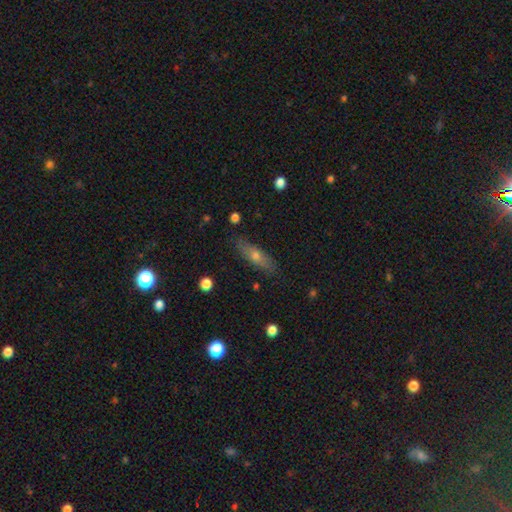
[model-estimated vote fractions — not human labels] smooth-or-featured: smooth: 52% | featured or disk: 40% | star or artifact: 8%
  how-rounded: cigar-shaped: 57% | in between: 39% | round: 4%
  merging: none: 85% | minor disturbance: 12% | major disturbance: 2% | merger: 1%